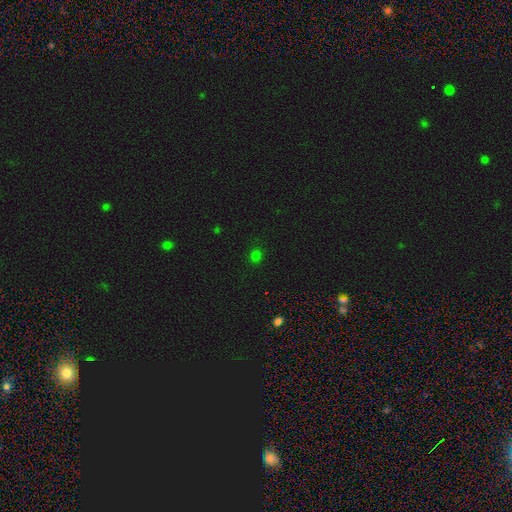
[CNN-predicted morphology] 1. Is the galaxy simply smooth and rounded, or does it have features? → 73% smooth, 24% star or artifact, 3% featured or disk.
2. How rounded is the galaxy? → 75% round, 24% in between, 1% cigar-shaped.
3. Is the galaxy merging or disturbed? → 89% none, 8% minor disturbance, 2% major disturbance, 1% merger.